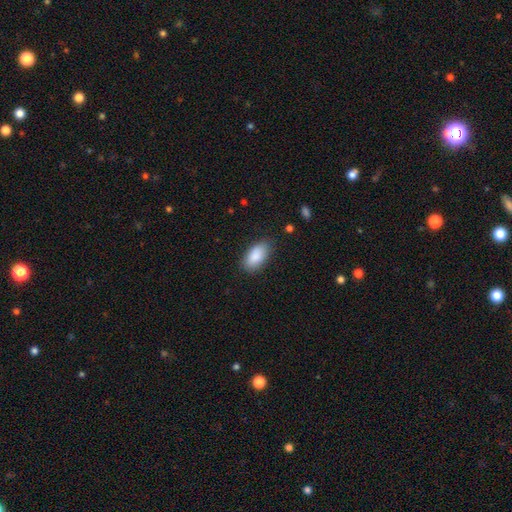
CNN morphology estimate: smooth-or-featured: smooth: 88% | star or artifact: 6% | featured or disk: 6%
  how-rounded: in between: 93% | cigar-shaped: 3% | round: 3%
  merging: none: 81% | minor disturbance: 14% | major disturbance: 3% | merger: 1%